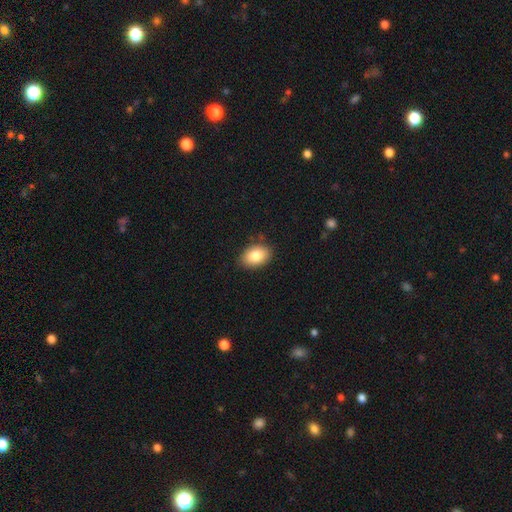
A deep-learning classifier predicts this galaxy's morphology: smooth 84%, featured or disk 8%, star or artifact 7%. Down the decision tree: how rounded — in between (86%); merging — none (85%).